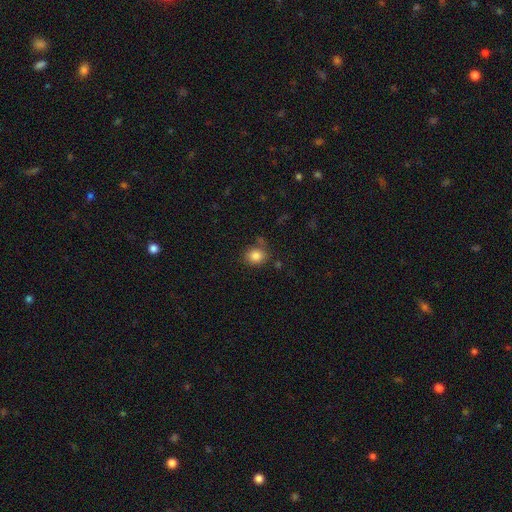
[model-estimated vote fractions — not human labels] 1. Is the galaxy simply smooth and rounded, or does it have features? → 84% smooth, 10% star or artifact, 6% featured or disk.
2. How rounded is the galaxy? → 68% round, 31% in between, 1% cigar-shaped.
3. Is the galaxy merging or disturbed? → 74% none, 14% minor disturbance, 7% merger, 5% major disturbance.